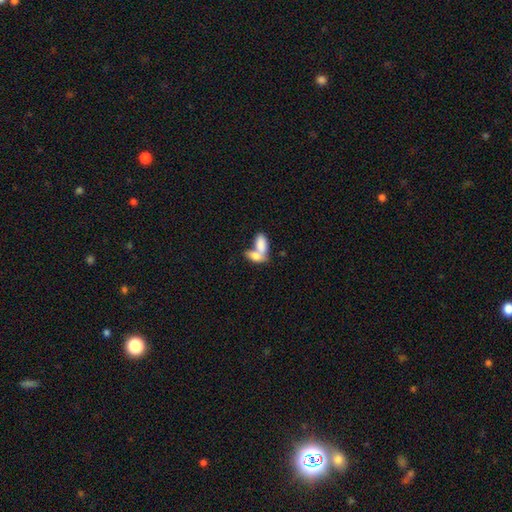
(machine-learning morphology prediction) A smooth galaxy with no disk features (79%) that is in between round and cigar-shaped (90%). Merging: merger (71%).